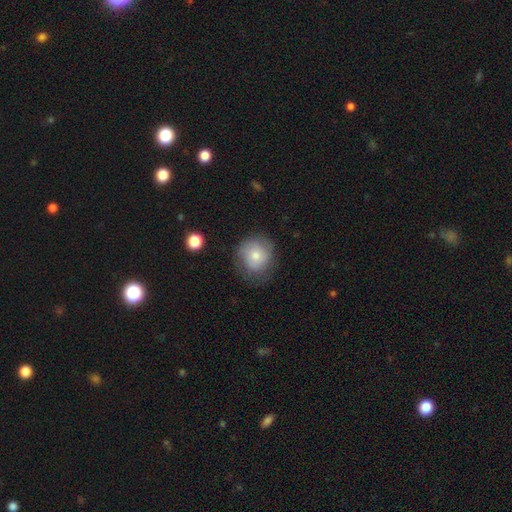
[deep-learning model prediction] This is likely a smooth galaxy (74%). How rounded: clearly round (83%). Merging: likely none (66%).